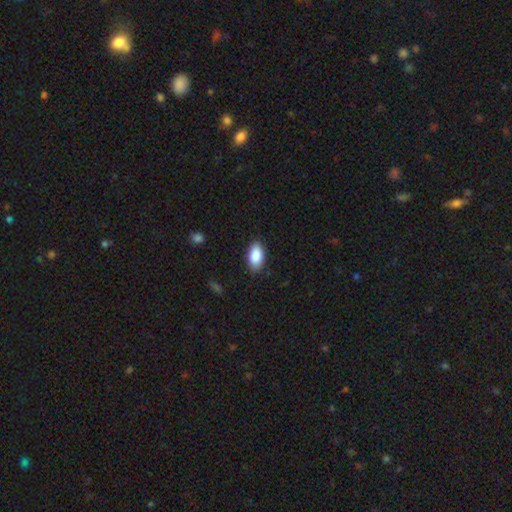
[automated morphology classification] This appears to be a smooth galaxy with no disk features (89%) that is in between round and cigar-shaped (94%). Merging: none (86%).